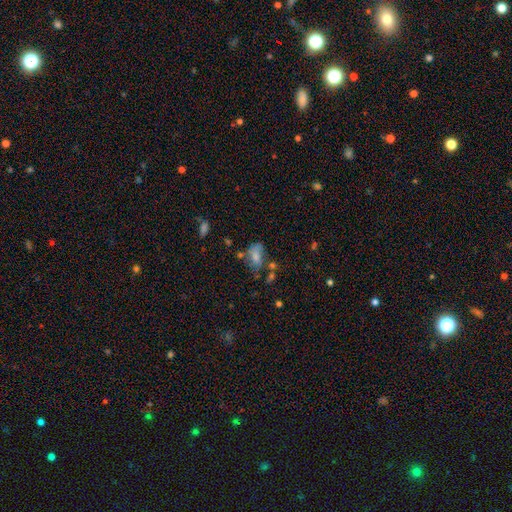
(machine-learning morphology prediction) Overall: smooth (66%). How rounded: in between (86%). Merging: none (38%; minor disturbance 28%).